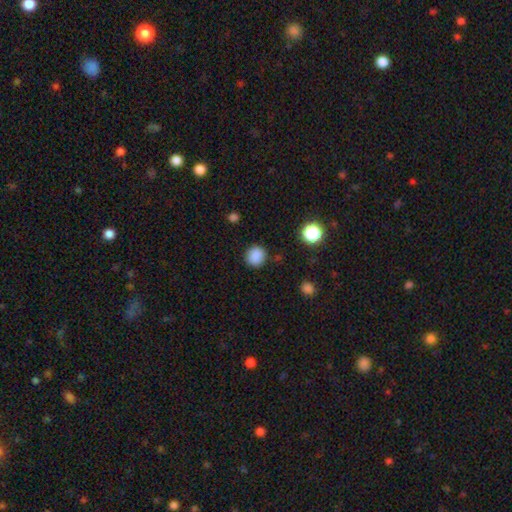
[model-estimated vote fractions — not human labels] smooth-or-featured: smooth: 87% | star or artifact: 10% | featured or disk: 3%
  how-rounded: round: 89% | in between: 10% | cigar-shaped: 1%
  merging: none: 88% | minor disturbance: 8% | major disturbance: 3% | merger: 2%